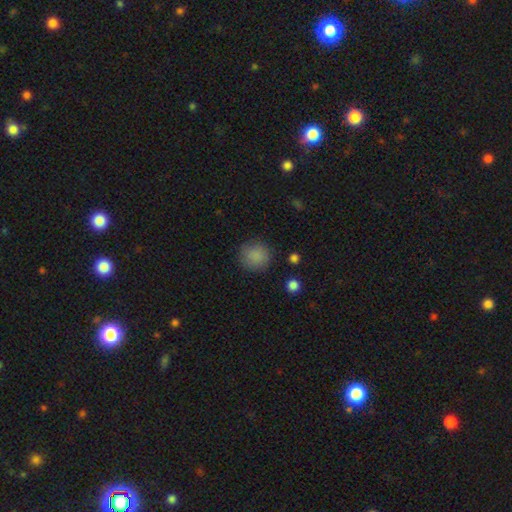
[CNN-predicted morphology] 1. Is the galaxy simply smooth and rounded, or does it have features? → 86% smooth, 9% star or artifact, 5% featured or disk.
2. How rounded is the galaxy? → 92% round, 7% in between, 1% cigar-shaped.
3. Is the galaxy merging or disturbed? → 85% none, 10% minor disturbance, 4% major disturbance, 2% merger.